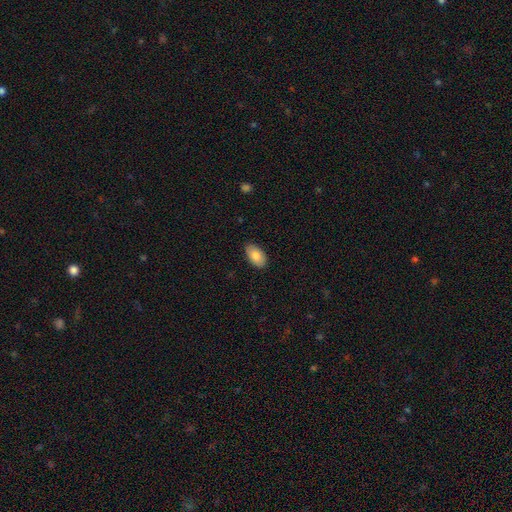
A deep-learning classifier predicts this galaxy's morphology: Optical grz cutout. It shows a smooth galaxy with no disk features (83%) that is in between round and cigar-shaped (94%). Merging: none (87%).